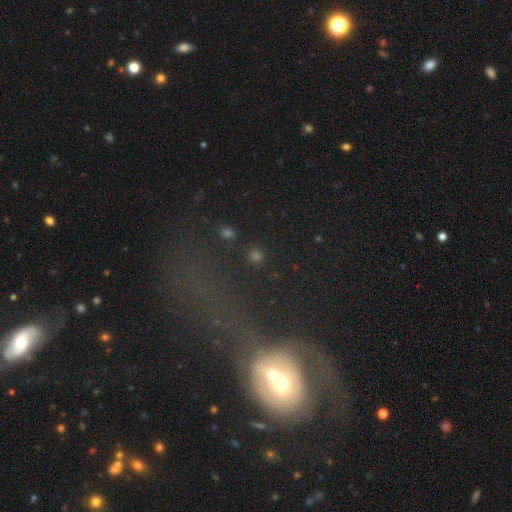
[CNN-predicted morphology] Q: Smooth or featured?
A: smooth (53%); runner-up: star or artifact (33%)
Q: How rounded?
A: round (75%); runner-up: in between (20%)
Q: Merging?
A: none (70%); runner-up: minor disturbance (11%)